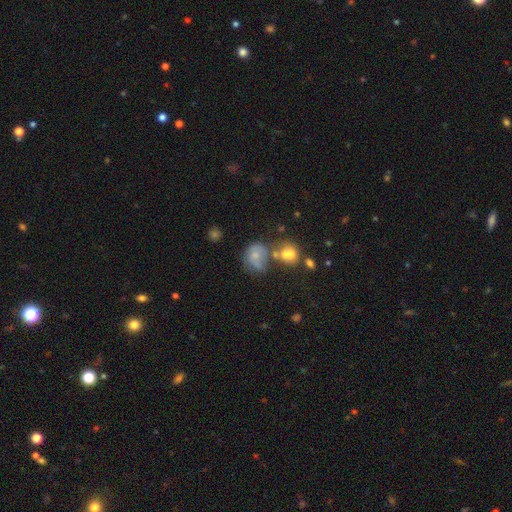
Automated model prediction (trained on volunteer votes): Overall: smooth (58%; featured or disk 29%). How rounded: round (58%; in between 41%). Merging: none (33%; merger 29%).